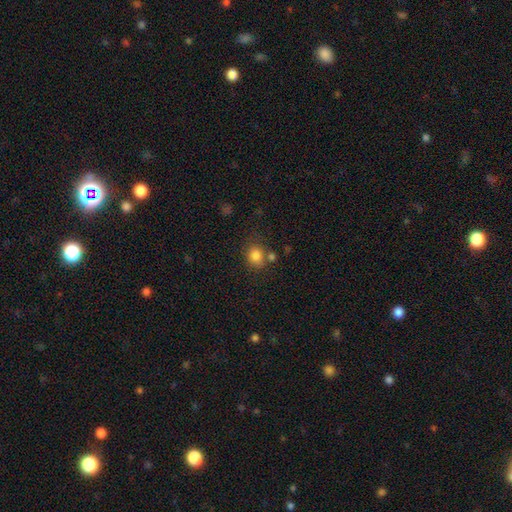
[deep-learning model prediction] This is clearly a smooth galaxy (82%). How rounded: likely round (71%). Merging: likely none (65%).